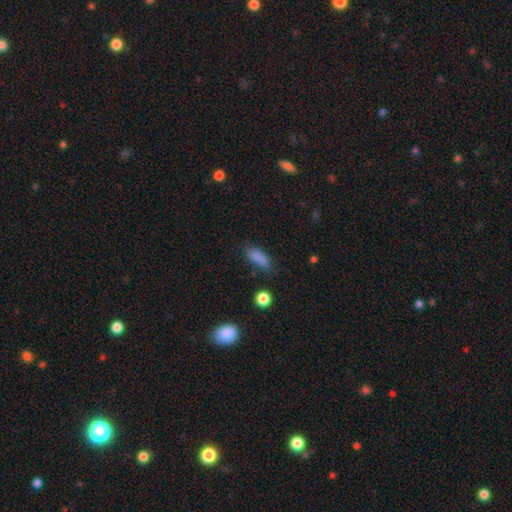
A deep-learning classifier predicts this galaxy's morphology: Smooth or featured? Predicted: smooth (p=0.79). How rounded? Predicted: in between (p=0.71). Merging? Predicted: none (p=0.55).